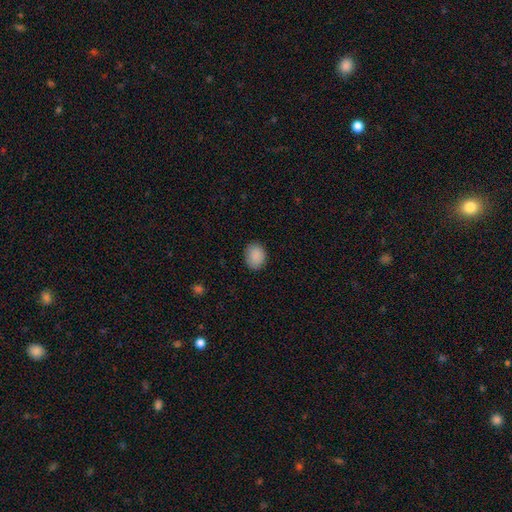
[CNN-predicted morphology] This is clearly a smooth galaxy (89%). How rounded: possibly round (50%). Merging: clearly none (86%).